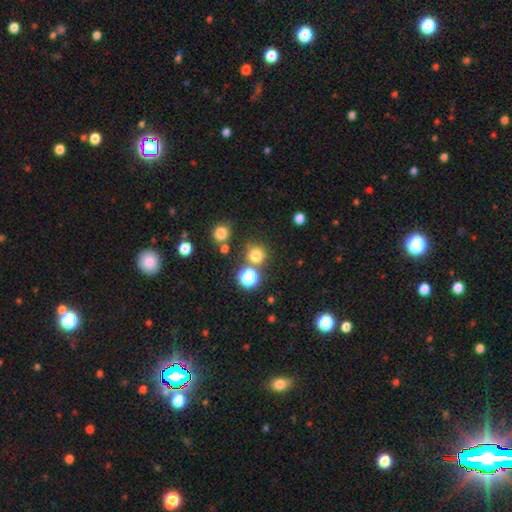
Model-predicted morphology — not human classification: A smooth galaxy with no disk features (74%) that is round (93%).

Vote fractions:
- Smooth or featured? smooth: 74% / star or artifact: 20% / featured or disk: 6%
- How rounded? round: 93% / in between: 6% / cigar-shaped: 1%
- Merging? none: 78% / merger: 10% / minor disturbance: 8% / major disturbance: 3%